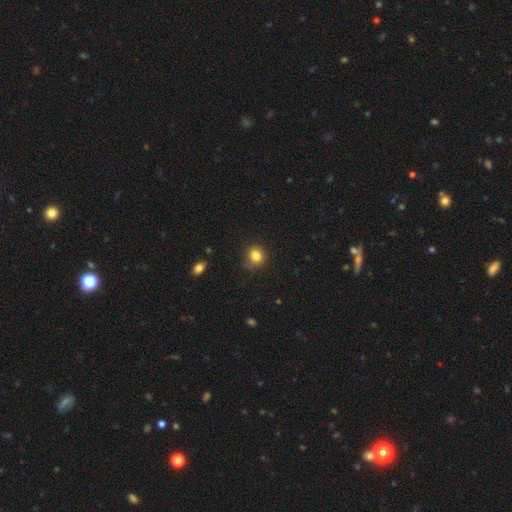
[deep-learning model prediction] Smooth or featured? Predicted: smooth (p=0.84). How rounded? Predicted: round (p=0.72). Merging? Predicted: none (p=0.74).